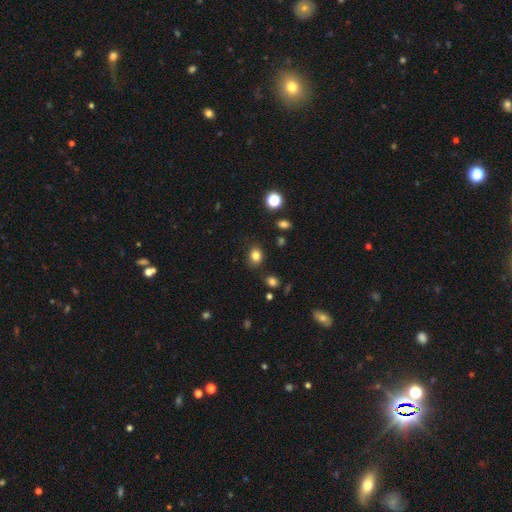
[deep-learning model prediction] A smooth galaxy with no disk features (82%) that is round (52%). Merging: none (83%).